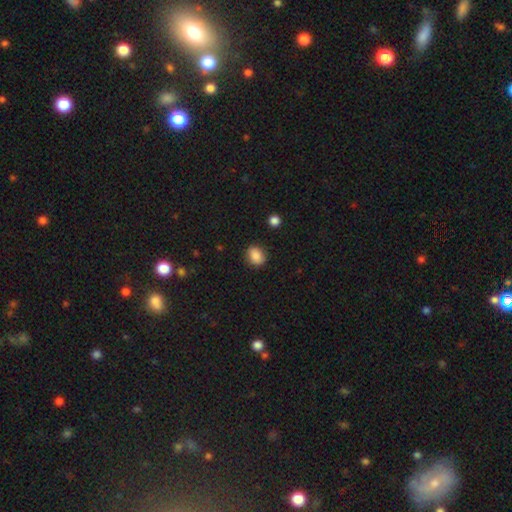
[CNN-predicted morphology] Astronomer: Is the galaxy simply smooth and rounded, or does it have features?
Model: smooth — 87%.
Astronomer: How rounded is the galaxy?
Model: in between — 53% (runner-up: round, 45%).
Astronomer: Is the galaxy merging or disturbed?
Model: none — 85%.